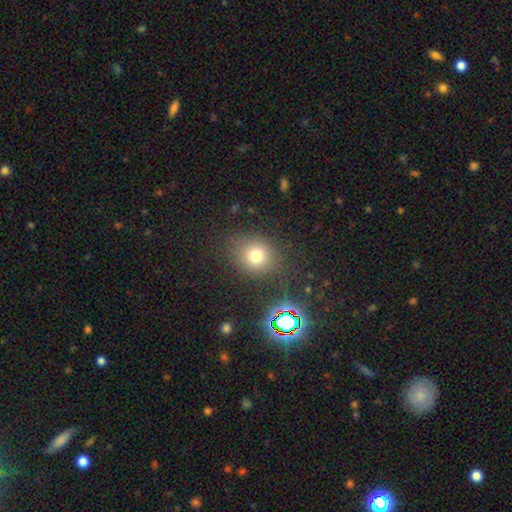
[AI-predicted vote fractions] Q: Smooth or featured?
A: smooth (73%); runner-up: star or artifact (19%)
Q: How rounded?
A: round (80%); runner-up: in between (19%)
Q: Merging?
A: none (81%); runner-up: minor disturbance (10%)